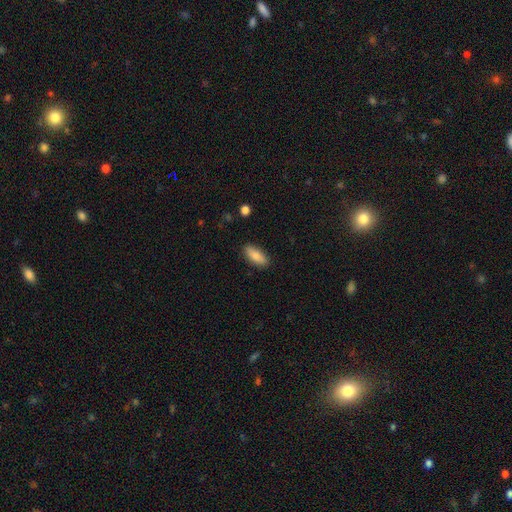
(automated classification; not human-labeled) smooth_or_featured: smooth (p=0.83) [alt: featured or disk p=0.11]
how_rounded: in between (p=0.79) [alt: cigar-shaped p=0.18]
merging: none (p=0.87) [alt: minor disturbance p=0.10]